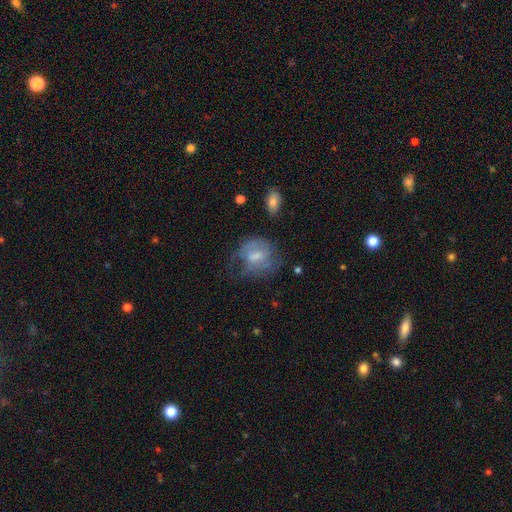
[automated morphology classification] A featured or disk galaxy (46%, tied with smooth).

Vote fractions:
- Smooth or featured? featured or disk: 46% (tied) / smooth: 46% (tied) / star or artifact: 8%
- Merging? none: 41% / major disturbance: 30% / minor disturbance: 26% / merger: 3%